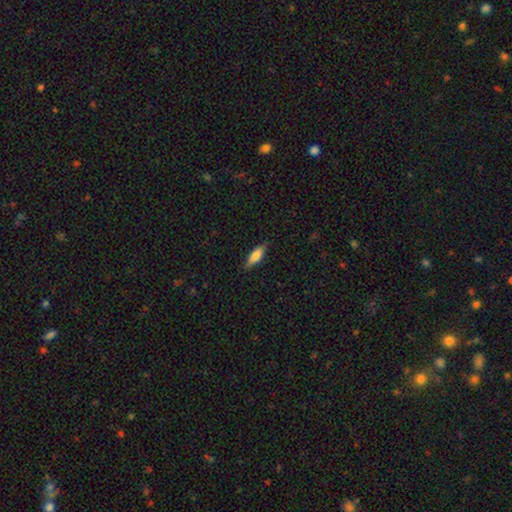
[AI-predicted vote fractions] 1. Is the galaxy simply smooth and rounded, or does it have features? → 75% smooth, 19% featured or disk, 6% star or artifact.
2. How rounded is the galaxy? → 56% in between, 42% cigar-shaped, 2% round.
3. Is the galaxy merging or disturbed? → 85% none, 12% minor disturbance, 2% major disturbance, 1% merger.